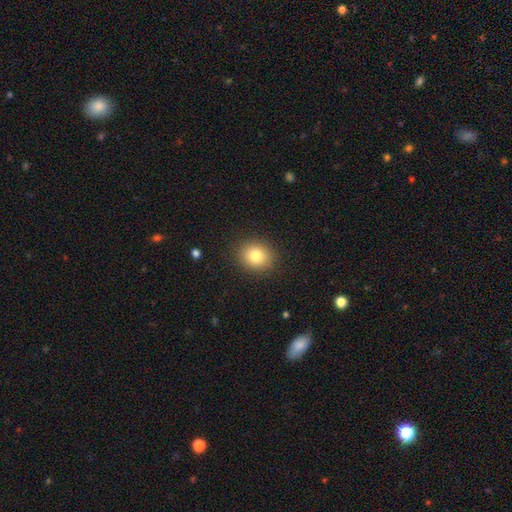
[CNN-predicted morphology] smooth 80%, star or artifact 11%, featured or disk 9%. Down the decision tree: how rounded — round (67%); merging — none (89%).